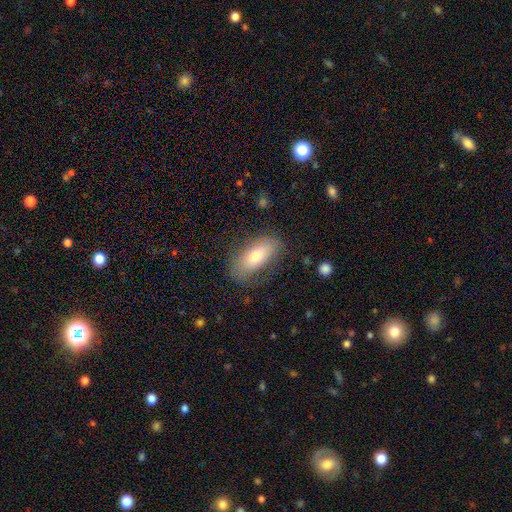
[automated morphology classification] A smooth galaxy with no disk features (68%) that is in between round and cigar-shaped (86%).

Vote fractions:
- Smooth or featured? smooth: 68% / featured or disk: 24% / star or artifact: 7%
- How rounded? in between: 86% / cigar-shaped: 10% / round: 4%
- Merging? none: 69% / minor disturbance: 21% / major disturbance: 9% / merger: 2%